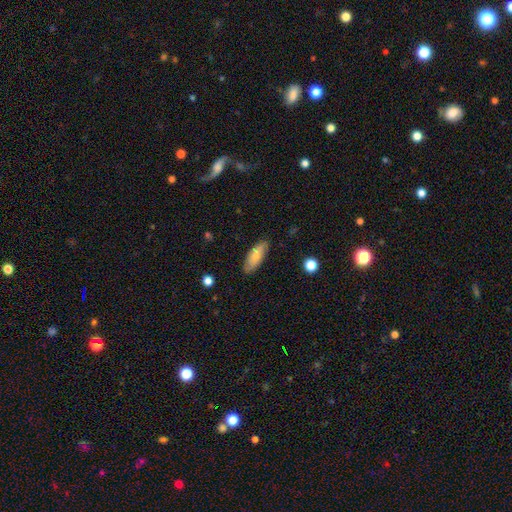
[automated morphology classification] smooth_or_featured: smooth (p=0.73) [alt: featured or disk p=0.21]
how_rounded: in between (p=0.71) [alt: cigar-shaped p=0.27]
merging: none (p=0.84) [alt: minor disturbance p=0.12]